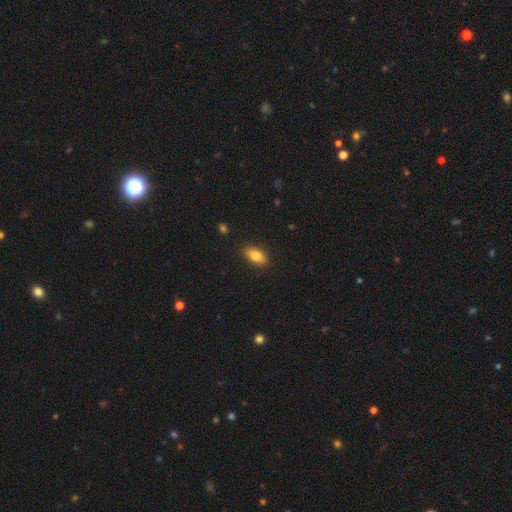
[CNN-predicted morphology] Smooth or featured: smooth — 83% (featured or disk — 10%)
How rounded: in between — 87% (cigar-shaped — 9%)
Merging: none — 87% (minor disturbance — 9%)